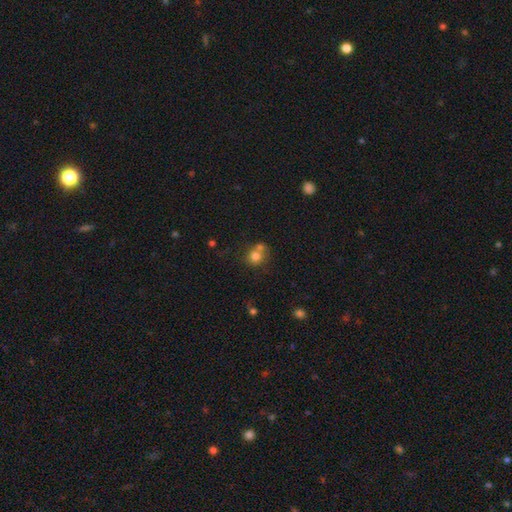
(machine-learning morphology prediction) A smooth galaxy with no disk features (76%) that is round (80%).

Vote fractions:
- Smooth or featured? smooth: 76% / star or artifact: 12% / featured or disk: 12%
- How rounded? round: 80% / in between: 20% / cigar-shaped: 1%
- Merging? none: 44% / merger: 41% / minor disturbance: 11% / major disturbance: 5%